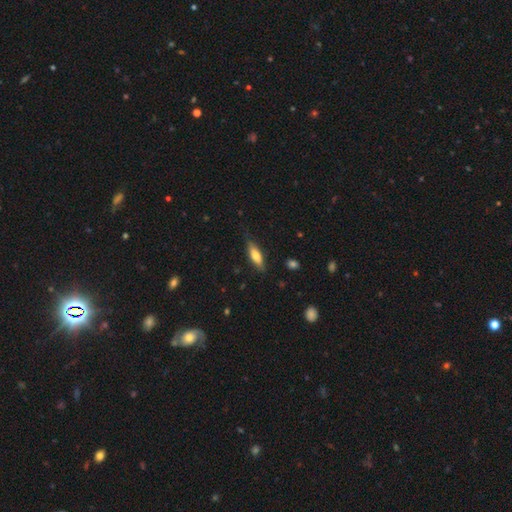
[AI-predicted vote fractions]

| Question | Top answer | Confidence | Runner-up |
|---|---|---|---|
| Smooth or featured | smooth | 67% | featured or disk (27%) |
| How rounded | in between | 51% | cigar-shaped (47%) |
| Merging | none | 77% | minor disturbance (18%) |